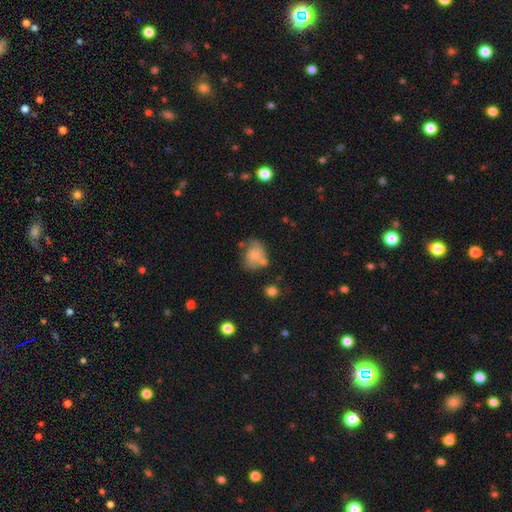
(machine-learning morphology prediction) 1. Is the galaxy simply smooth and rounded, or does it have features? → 65% smooth, 25% featured or disk, 10% star or artifact.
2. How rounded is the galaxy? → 52% round, 47% in between, 1% cigar-shaped.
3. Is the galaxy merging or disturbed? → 41% none, 27% minor disturbance, 17% merger, 15% major disturbance.